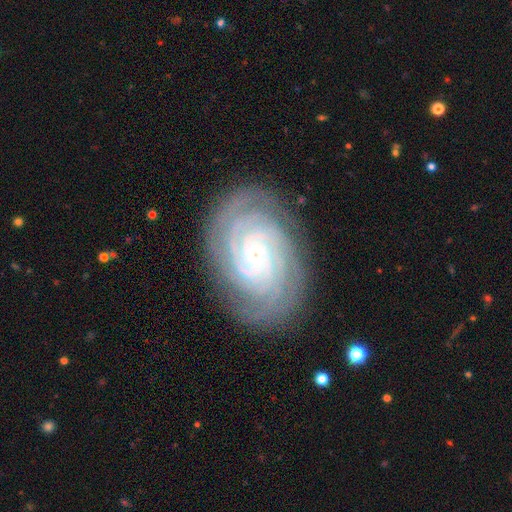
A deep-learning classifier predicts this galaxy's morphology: Smooth or featured?
  - featured or disk: 90% *
  - star or artifact: 5%
  - smooth: 4%
Edge-on disk?
  - no: 97% *
  - yes: 3%
Bar?
  - no: 70% *
  - weak: 21%
  - strong: 9%
Spiral arms?
  - yes: 99% *
  - no: 1%
Spiral winding?
  - tight: 86% *
  - medium: 12%
  - loose: 2%
Spiral arm count?
  - 4: 33% *
  - 3: 17%
  - more than 4: 17%
  - can't tell: 15%
  - 2: 11%
  - 1: 7%
Bulge size?
  - small: 85% *
  - moderate: 11%
  - none: 2%
  - large: 1%
  - dominant: 1%
Merging?
  - none: 84% *
  - minor disturbance: 12%
  - major disturbance: 3%
  - merger: 1%